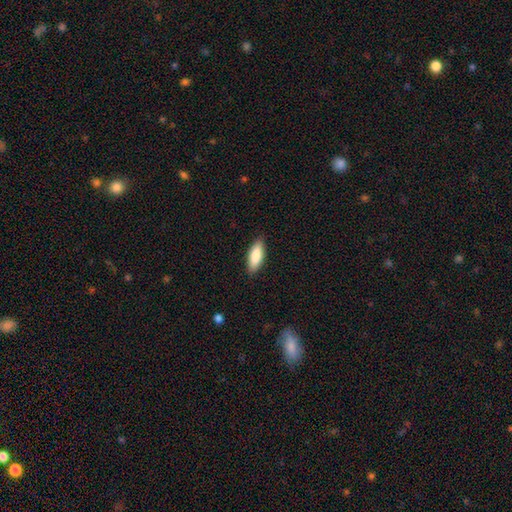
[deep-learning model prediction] smooth_or_featured: smooth (p=0.85) [alt: featured or disk p=0.10]
how_rounded: in between (p=0.71) [alt: cigar-shaped p=0.27]
merging: none (p=0.88) [alt: minor disturbance p=0.09]